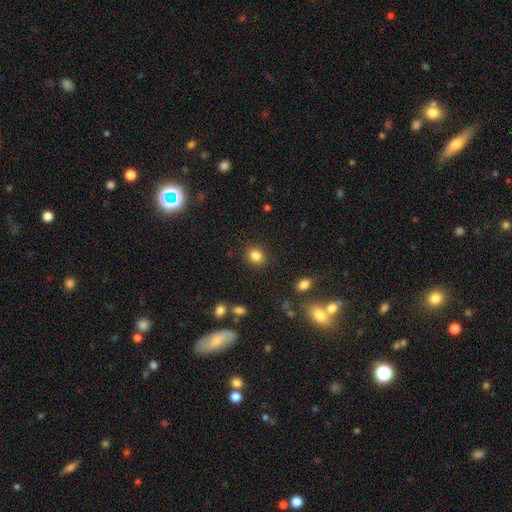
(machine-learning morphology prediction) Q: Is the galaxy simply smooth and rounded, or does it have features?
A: smooth — 84%.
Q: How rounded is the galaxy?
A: round — 76%.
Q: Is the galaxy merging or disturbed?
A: none — 89%.